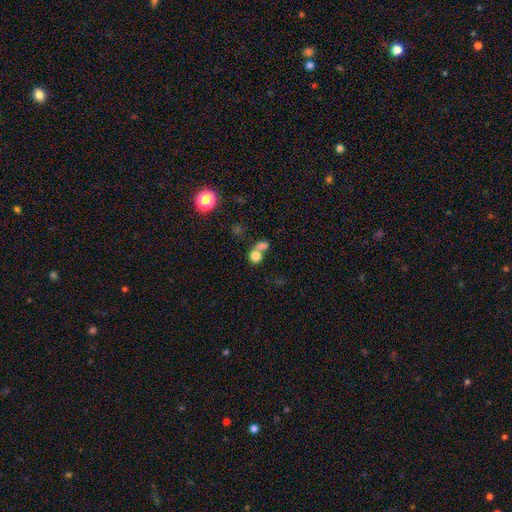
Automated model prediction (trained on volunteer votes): A smooth galaxy with no disk features (77%) that is round (77%). Merging: merger (54%).